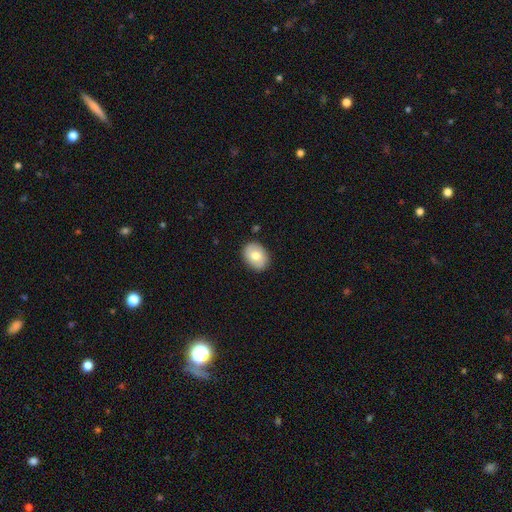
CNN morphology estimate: The model was most divided on "how rounded": in between: 65%, round: 34%, cigar-shaped: 1%. More confident: merging — none (87%); smooth or featured — smooth (74%).